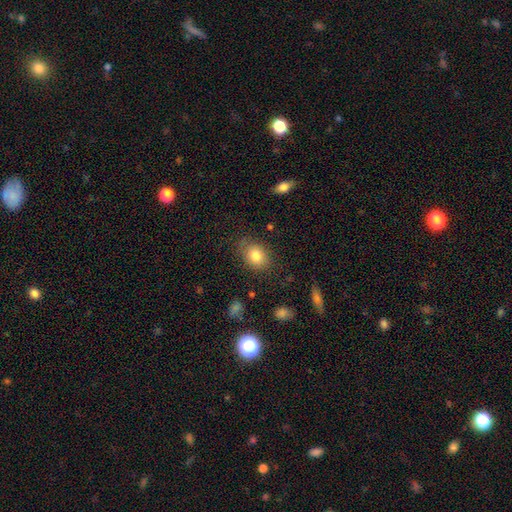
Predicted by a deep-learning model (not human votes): smooth_or_featured: smooth (p=0.82) [alt: star or artifact p=0.09]
how_rounded: in between (p=0.62) [alt: round p=0.36]
merging: none (p=0.76) [alt: minor disturbance p=0.17]